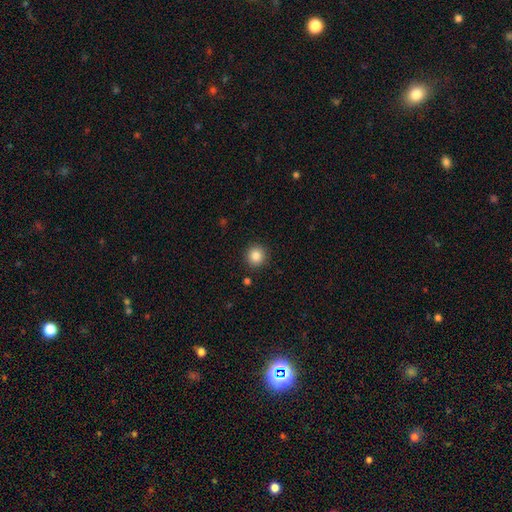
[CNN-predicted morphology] smooth_or_featured: smooth (p=0.86) [alt: star or artifact p=0.10]
how_rounded: round (p=0.92) [alt: in between p=0.07]
merging: none (p=0.90) [alt: minor disturbance p=0.06]